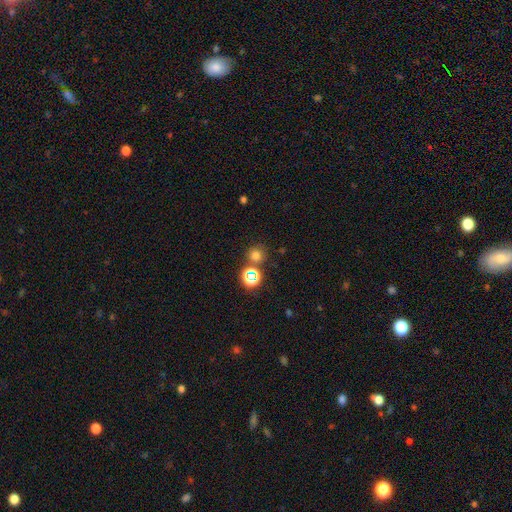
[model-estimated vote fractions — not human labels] A smooth galaxy with no disk features (69%) that is round (91%). Merging: none (74%).